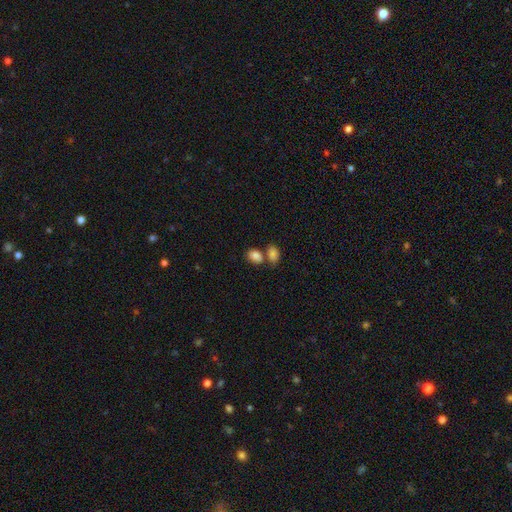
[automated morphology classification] Smooth or featured? smooth (86%)
How rounded? in between (83%)
Merging? none (46%)